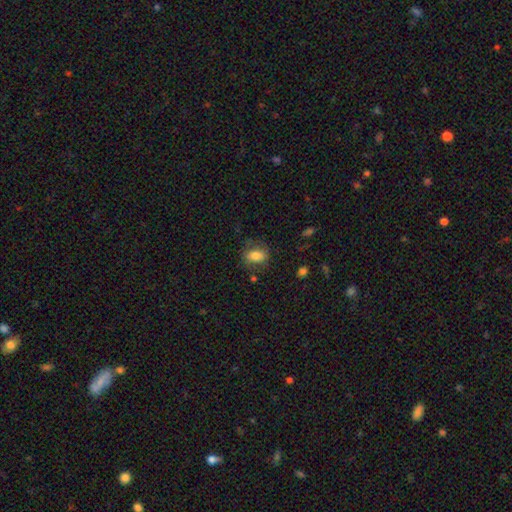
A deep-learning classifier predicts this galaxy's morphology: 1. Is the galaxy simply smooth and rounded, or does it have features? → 76% smooth, 15% featured or disk, 9% star or artifact.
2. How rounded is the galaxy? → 77% in between, 20% round, 3% cigar-shaped.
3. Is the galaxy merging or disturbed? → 71% none, 18% minor disturbance, 8% major disturbance, 2% merger.